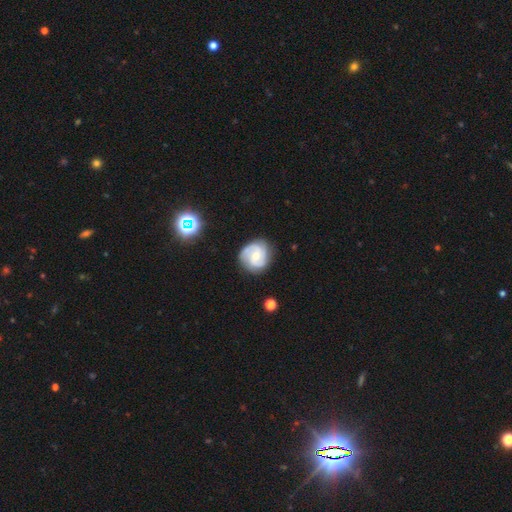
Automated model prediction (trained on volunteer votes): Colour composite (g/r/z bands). It shows a featured or disk galaxy (80%) with no bar (52%), 2 (57%) tight (44%, tied with medium) spiral arms (96%) and a small central bulge (48%). Merging: none (80%).